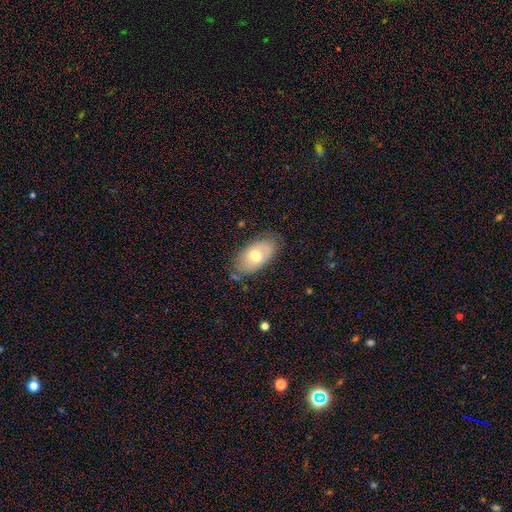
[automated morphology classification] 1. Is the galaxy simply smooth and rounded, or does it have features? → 65% smooth, 28% featured or disk, 7% star or artifact.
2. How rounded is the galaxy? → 93% in between, 5% round, 2% cigar-shaped.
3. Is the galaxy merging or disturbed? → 75% none, 19% minor disturbance, 4% major disturbance, 2% merger.